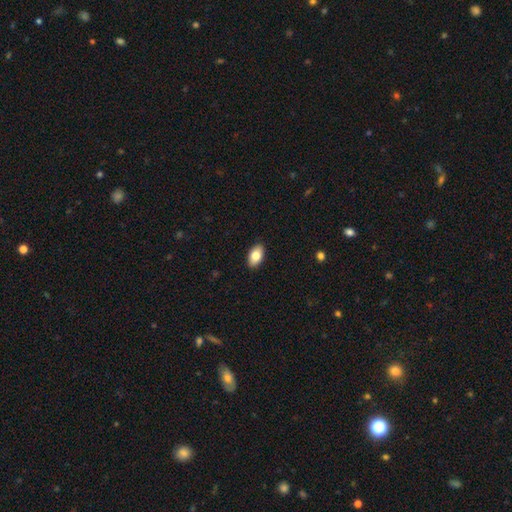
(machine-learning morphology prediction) smooth_or_featured: smooth (p=0.81) [alt: featured or disk p=0.12]
how_rounded: in between (p=0.93) [alt: round p=0.05]
merging: none (p=0.90) [alt: minor disturbance p=0.07]